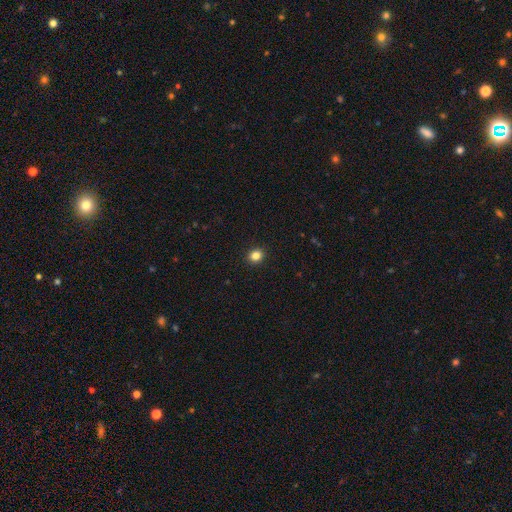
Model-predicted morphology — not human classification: Smooth or featured? smooth (84%)
How rounded? round (76%)
Merging? none (92%)